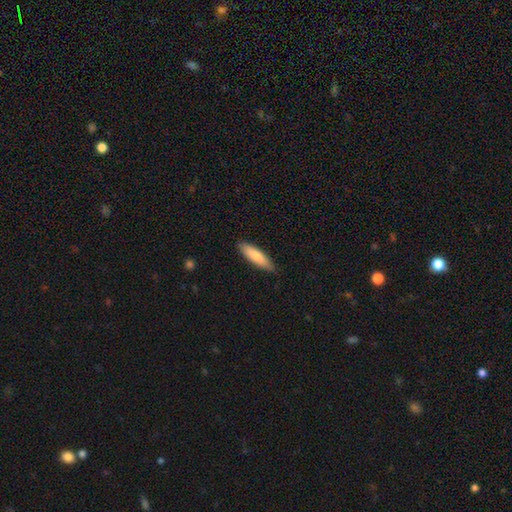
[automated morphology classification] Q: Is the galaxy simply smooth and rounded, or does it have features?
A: smooth — 79%.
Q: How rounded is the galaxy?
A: cigar-shaped — 68%.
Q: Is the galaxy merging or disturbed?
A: none — 85%.